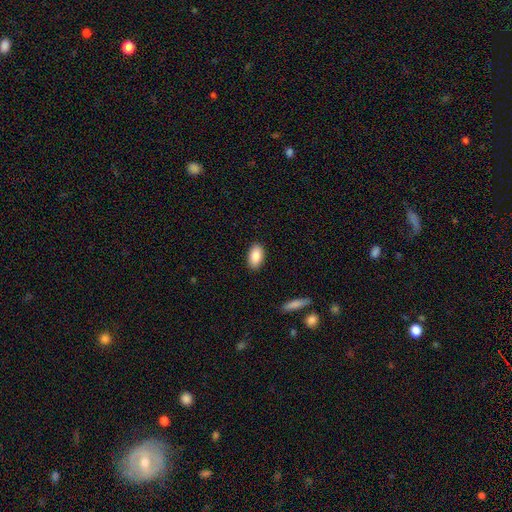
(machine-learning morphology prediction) Smooth or featured: smooth — 87% (star or artifact — 7%)
How rounded: in between — 93% (round — 4%)
Merging: none — 89% (minor disturbance — 8%)